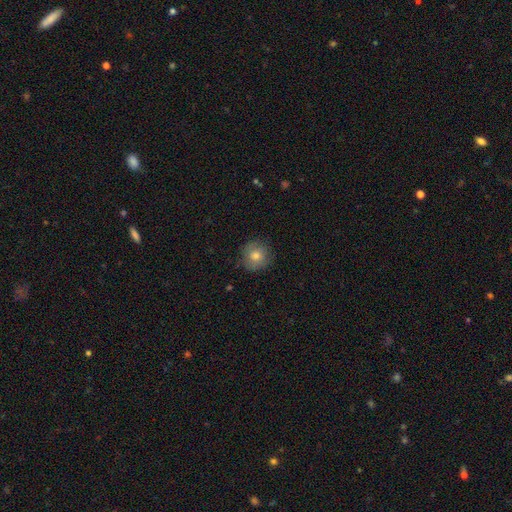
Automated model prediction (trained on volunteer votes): A smooth galaxy with no disk features (74%) that is round (93%).

Vote fractions:
- Smooth or featured? smooth: 74% / featured or disk: 16% / star or artifact: 10%
- How rounded? round: 93% / in between: 6% / cigar-shaped: 1%
- Merging? none: 85% / minor disturbance: 11% / major disturbance: 3% / merger: 1%